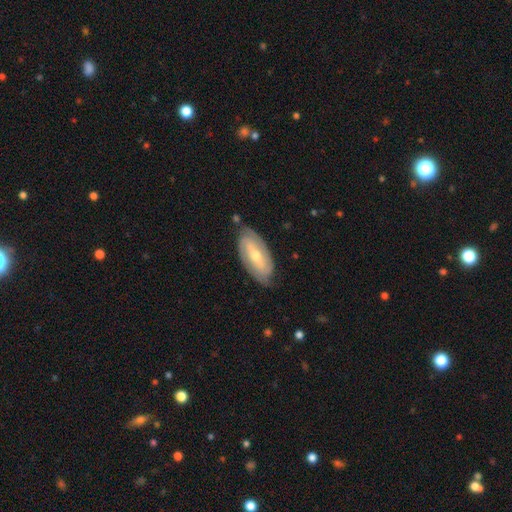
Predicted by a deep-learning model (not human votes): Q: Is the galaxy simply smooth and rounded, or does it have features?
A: featured or disk — 72%.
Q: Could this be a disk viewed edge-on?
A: no — 91%.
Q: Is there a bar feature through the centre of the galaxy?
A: weak — 42%.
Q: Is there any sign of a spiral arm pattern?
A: yes — 85%.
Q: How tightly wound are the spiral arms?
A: tight — 63%.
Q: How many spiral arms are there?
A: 2 — 63%.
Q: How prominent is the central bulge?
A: moderate — 52%.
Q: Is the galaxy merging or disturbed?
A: none — 78%.